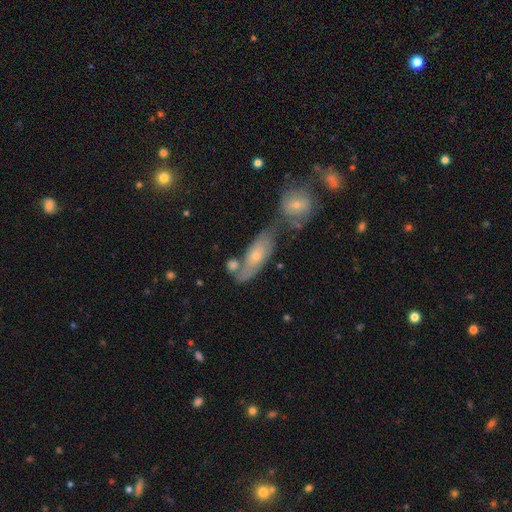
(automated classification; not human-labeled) Q: Smooth or featured?
A: featured or disk (47%); runner-up: smooth (44%)
Q: Merging?
A: none (44%); runner-up: merger (31%)